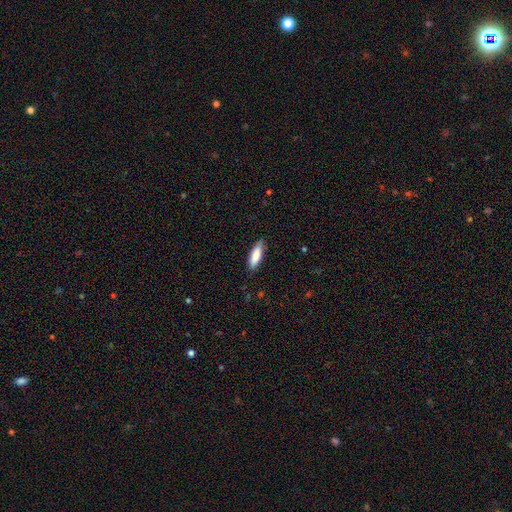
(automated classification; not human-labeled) smooth-or-featured: smooth: 85% | featured or disk: 9% | star or artifact: 6%
  how-rounded: in between: 52% | cigar-shaped: 47% | round: 1%
  merging: none: 85% | minor disturbance: 12% | major disturbance: 2% | merger: 1%